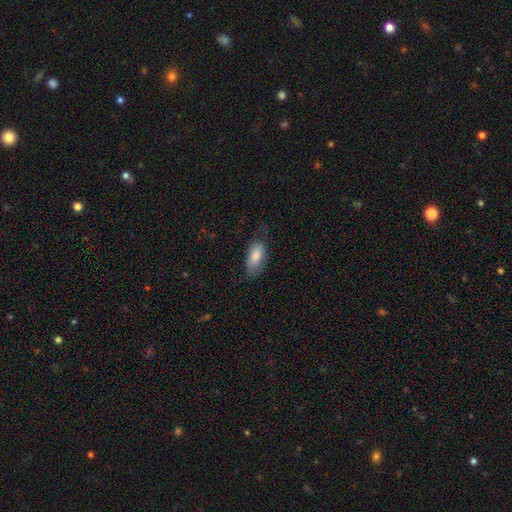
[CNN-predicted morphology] The model was most divided on "merging": none: 66%, minor disturbance: 24%, major disturbance: 8%, merger: 1%. More confident: how rounded — in between (83%); smooth or featured — smooth (74%).